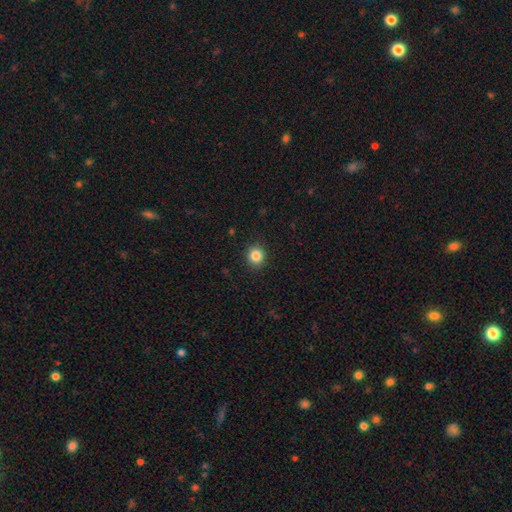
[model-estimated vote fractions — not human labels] A smooth galaxy with no disk features (85%) that is round (87%).

Vote fractions:
- Smooth or featured? smooth: 85% / star or artifact: 11% / featured or disk: 4%
- How rounded? round: 87% / in between: 12% / cigar-shaped: 1%
- Merging? none: 91% / minor disturbance: 6% / major disturbance: 2% / merger: 1%